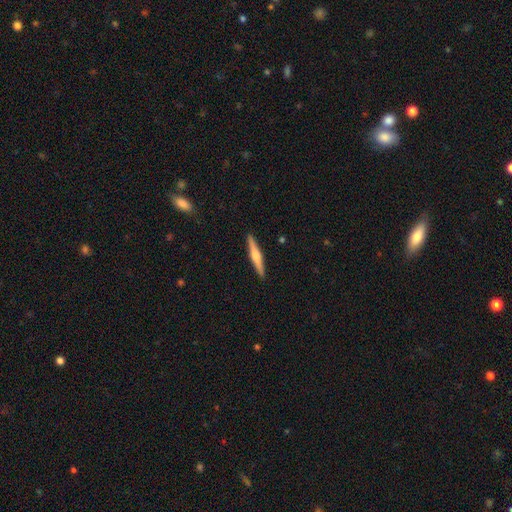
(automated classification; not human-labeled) Q: Smooth or featured?
A: featured or disk (59%); runner-up: smooth (35%)
Q: Edge-on disk?
A: yes (98%); runner-up: no (2%)
Q: Edge-on bulge?
A: rounded (84%); runner-up: boxy (9%)
Q: Merging?
A: none (92%); runner-up: minor disturbance (6%)